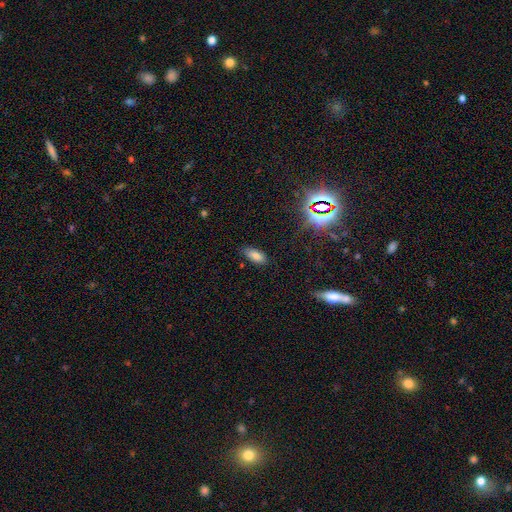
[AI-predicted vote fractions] Smooth or featured: smooth — 79% (star or artifact — 14%)
How rounded: in between — 86% (cigar-shaped — 11%)
Merging: none — 82% (minor disturbance — 14%)